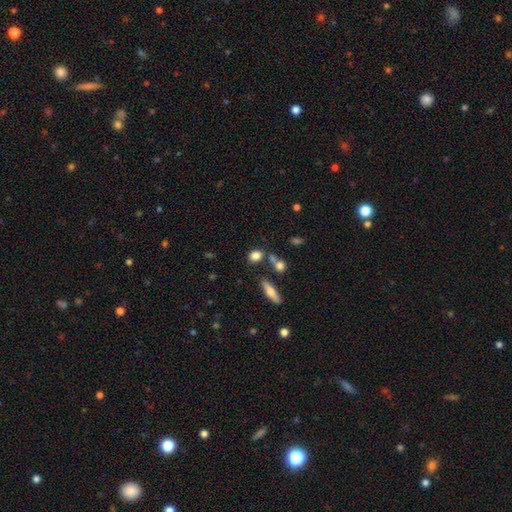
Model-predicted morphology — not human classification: Smooth or featured?
  - smooth: 81% *
  - star or artifact: 10%
  - featured or disk: 9%
How rounded?
  - in between: 64% *
  - round: 31%
  - cigar-shaped: 5%
Merging?
  - none: 67% *
  - merger: 15%
  - minor disturbance: 14%
  - major disturbance: 4%